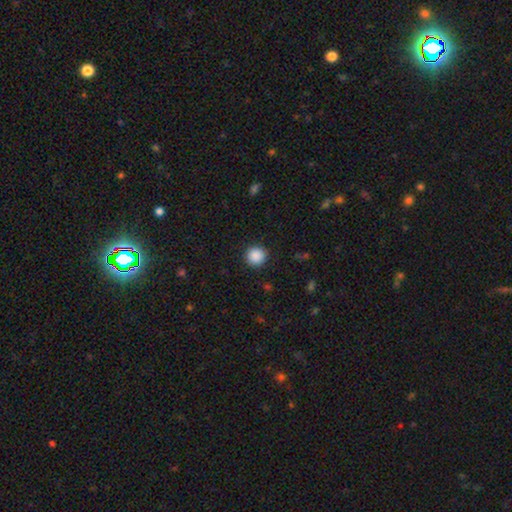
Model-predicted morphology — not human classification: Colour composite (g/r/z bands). It shows a smooth galaxy with no disk features (89%) that is round (94%). Merging: none (91%).